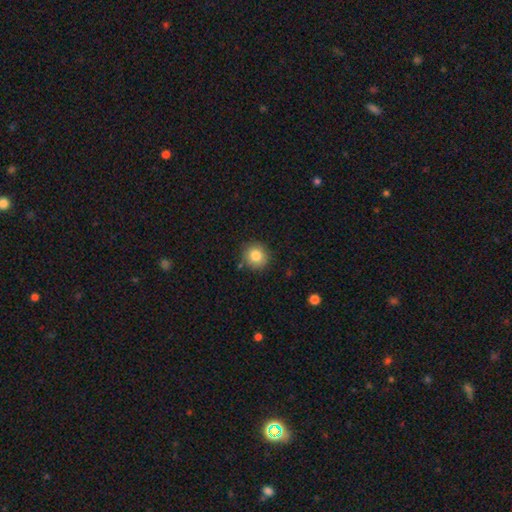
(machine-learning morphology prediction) Smooth or featured? Predicted: smooth (p=0.83). How rounded? Predicted: round (p=0.89). Merging? Predicted: none (p=0.85).